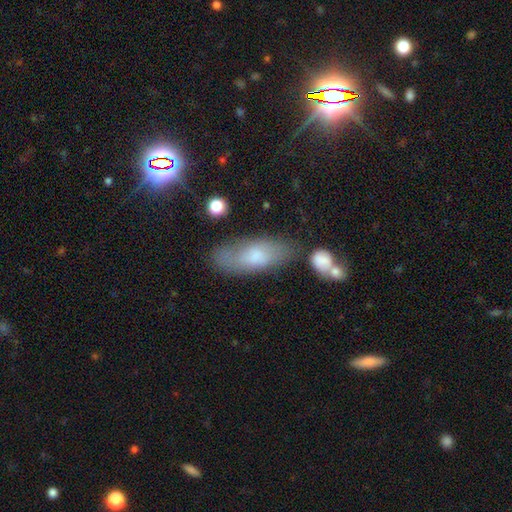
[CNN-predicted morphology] A smooth galaxy with no disk features (68%) that is in between round and cigar-shaped (78%). Merging: none (61%).